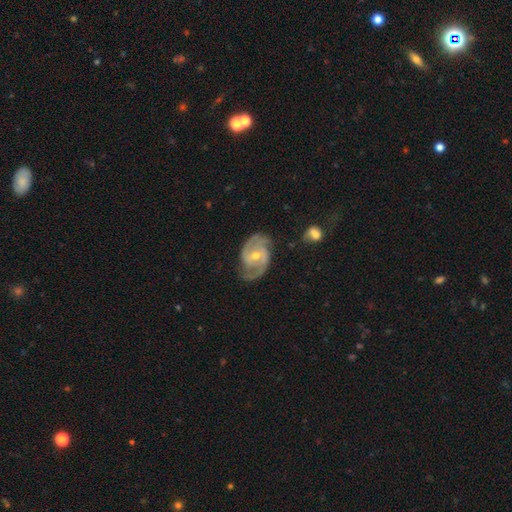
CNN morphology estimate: Smooth or featured? Predicted: featured or disk (p=0.89). Edge-on disk? Predicted: no (p=0.97). Bar? Predicted: no (p=0.50). Spiral arms? Predicted: yes (p=0.97). Spiral winding? Predicted: medium (p=0.49). Spiral arm count? Predicted: 2 (p=0.82). Bulge size? Predicted: moderate (p=0.55). Merging? Predicted: none (p=0.72).